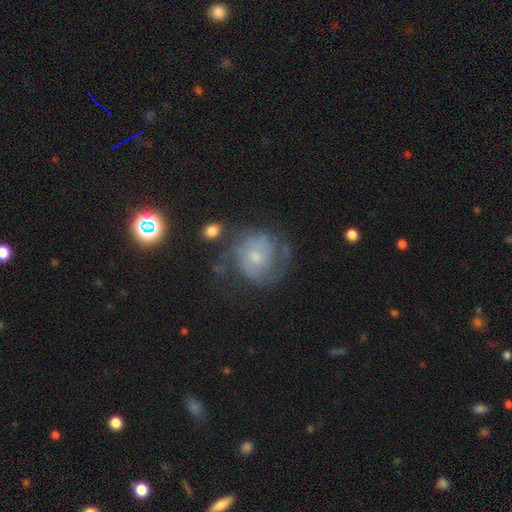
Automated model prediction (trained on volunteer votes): Smooth or featured?
  - featured or disk: 65% *
  - smooth: 25%
  - star or artifact: 10%
Edge-on disk?
  - no: 98% *
  - yes: 2%
Bar?
  - no: 72% *
  - weak: 25%
  - strong: 4%
Spiral arms?
  - yes: 81% *
  - no: 19%
Spiral winding?
  - tight: 46% *
  - medium: 38%
  - loose: 16%
Spiral arm count?
  - 2: 43% *
  - can't tell: 35%
  - 3: 9%
  - 1: 7%
  - 4: 3%
  - more than 4: 3%
Bulge size?
  - small: 54% *
  - moderate: 37%
  - none: 5%
  - large: 3%
  - dominant: 1%
Merging?
  - none: 55% *
  - minor disturbance: 23%
  - major disturbance: 19%
  - merger: 4%